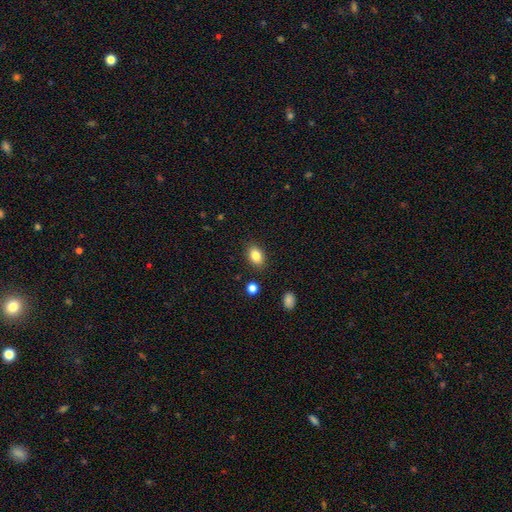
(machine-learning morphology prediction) Smooth or featured?
  - smooth: 84% *
  - star or artifact: 9%
  - featured or disk: 7%
How rounded?
  - in between: 80% *
  - round: 18%
  - cigar-shaped: 1%
Merging?
  - none: 87% *
  - minor disturbance: 9%
  - major disturbance: 2%
  - merger: 2%